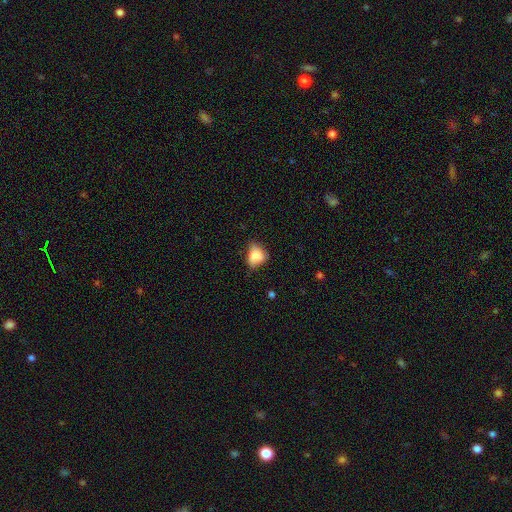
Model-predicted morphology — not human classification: A smooth galaxy with no disk features (76%) that is in between round and cigar-shaped (62%).

Vote fractions:
- Smooth or featured? smooth: 76% / featured or disk: 14% / star or artifact: 10%
- How rounded? in between: 62% / round: 37% / cigar-shaped: 2%
- Merging? minor disturbance: 41% / none: 38% / major disturbance: 18% / merger: 4%